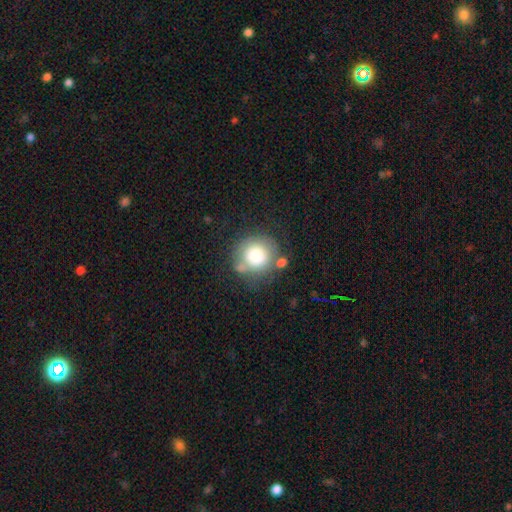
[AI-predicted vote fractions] Morphology: type=smooth (75%); roundness=round (92%); merging=none (64%).